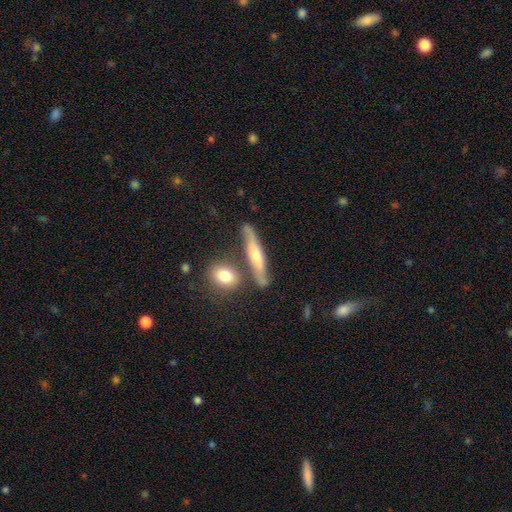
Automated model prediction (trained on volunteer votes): Smooth or featured? Predicted: featured or disk (p=0.53). Edge-on disk? Predicted: yes (p=0.82). Merging? Predicted: none (p=0.69).